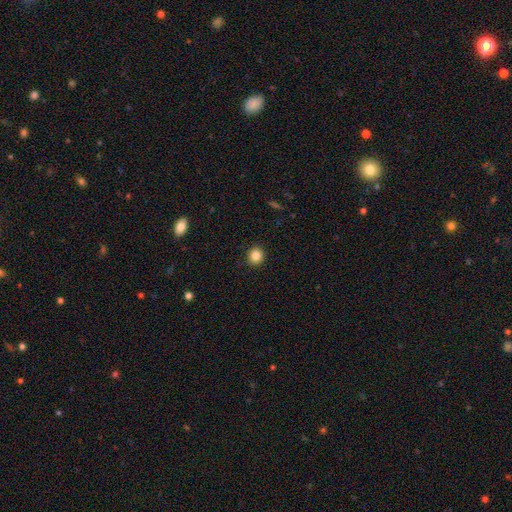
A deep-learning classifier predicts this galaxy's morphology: Smooth or featured? smooth (84%)
How rounded? round (89%)
Merging? none (91%)